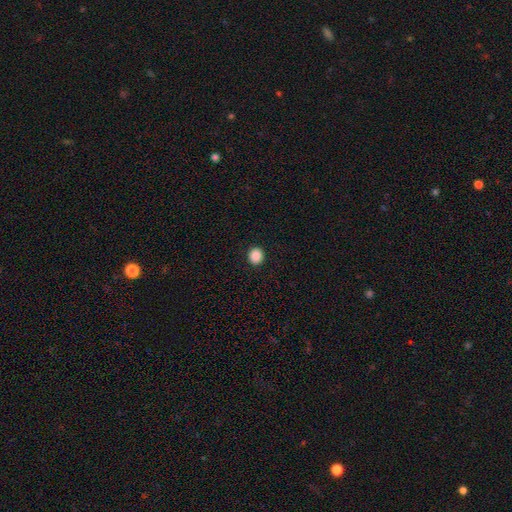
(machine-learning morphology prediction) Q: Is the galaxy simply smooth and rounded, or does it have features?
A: smooth — 89%.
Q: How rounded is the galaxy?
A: round — 77%.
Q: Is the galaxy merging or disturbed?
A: none — 93%.